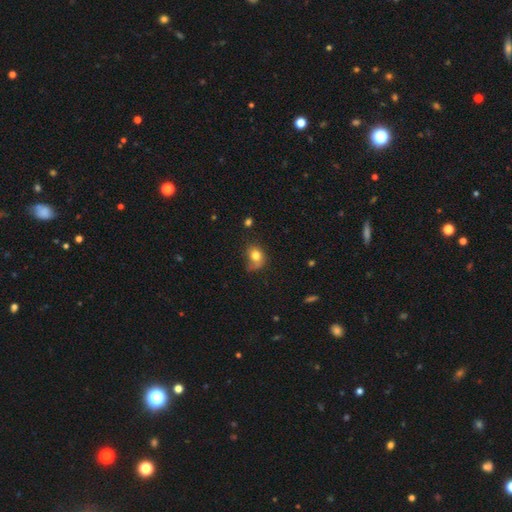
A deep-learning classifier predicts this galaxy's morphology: smooth 75%, featured or disk 14%, star or artifact 10%. Down the decision tree: how rounded — round (53%); merging — none (41%).